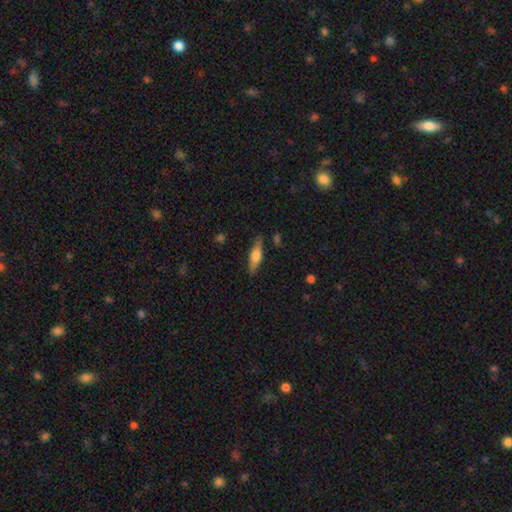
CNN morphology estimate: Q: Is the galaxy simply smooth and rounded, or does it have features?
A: smooth — 48%.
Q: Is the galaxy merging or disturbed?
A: none — 85%.